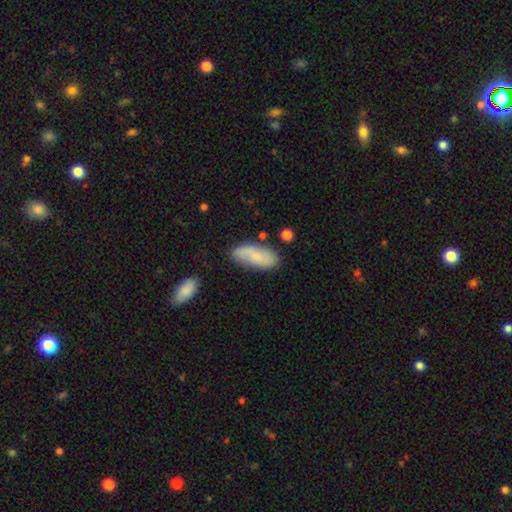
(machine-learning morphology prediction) smooth_or_featured: smooth (p=0.61) [alt: featured or disk p=0.32]
how_rounded: in between (p=0.83) [alt: cigar-shaped p=0.15]
merging: none (p=0.73) [alt: minor disturbance p=0.19]